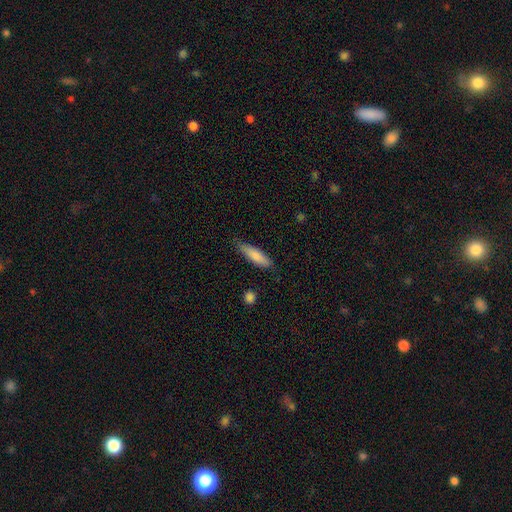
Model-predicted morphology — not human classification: A smooth galaxy with no disk features (83%) that is cigar-shaped (67%).

Vote fractions:
- Smooth or featured? smooth: 83% / featured or disk: 11% / star or artifact: 6%
- How rounded? cigar-shaped: 67% / in between: 32% / round: 2%
- Merging? none: 76% / minor disturbance: 19% / major disturbance: 3% / merger: 2%